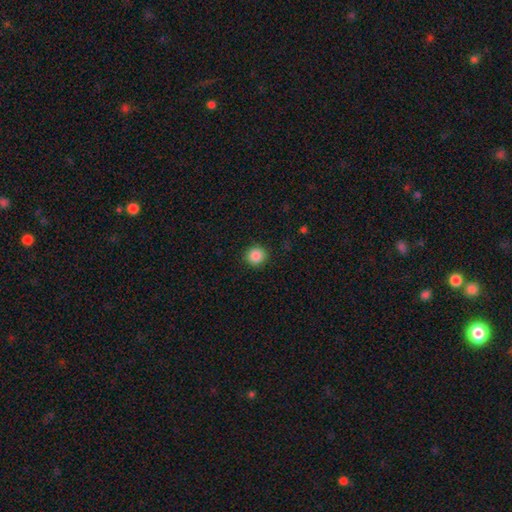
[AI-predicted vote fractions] smooth_or_featured: smooth (p=0.87) [alt: star or artifact p=0.09]
how_rounded: round (p=0.93) [alt: in between p=0.06]
merging: none (p=0.91) [alt: minor disturbance p=0.06]